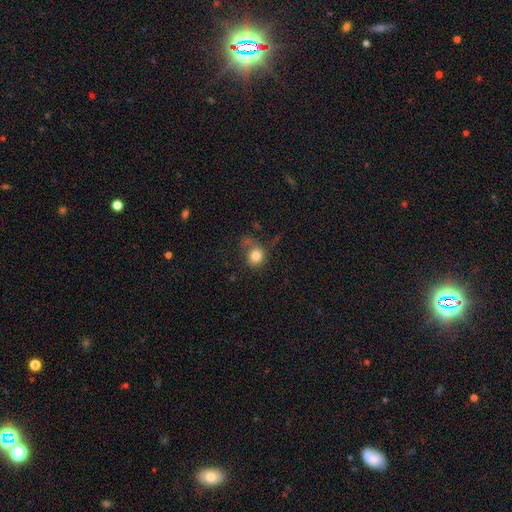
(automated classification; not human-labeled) Smooth or featured? Predicted: smooth (p=0.79). How rounded? Predicted: round (p=0.75). Merging? Predicted: none (p=0.47).